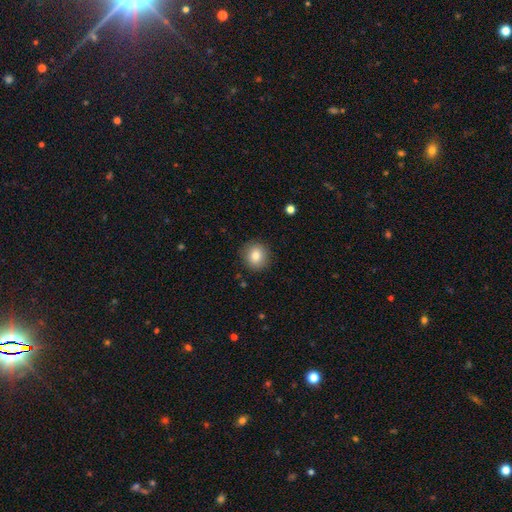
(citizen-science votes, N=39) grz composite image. It shows a smooth galaxy with no disk features (85%) that is round (91%). Merging: none (92%).